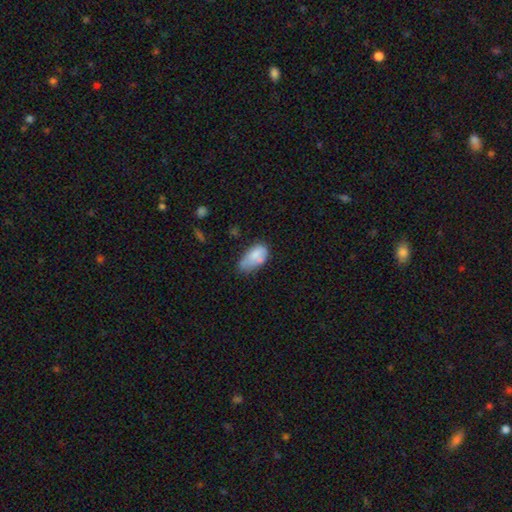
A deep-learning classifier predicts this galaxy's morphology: smooth_or_featured: smooth (p=0.74) [alt: featured or disk p=0.18]
how_rounded: in between (p=0.92) [alt: round p=0.05]
merging: minor disturbance (p=0.40) [alt: none p=0.33]